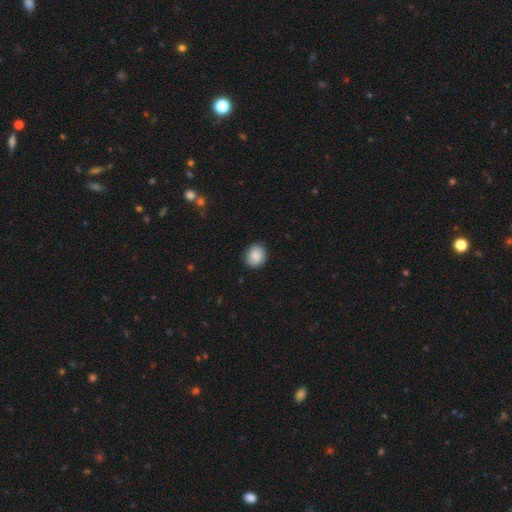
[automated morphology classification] smooth 85%, featured or disk 8%, star or artifact 7%. Down the decision tree: how rounded — round (77%); merging — none (87%).